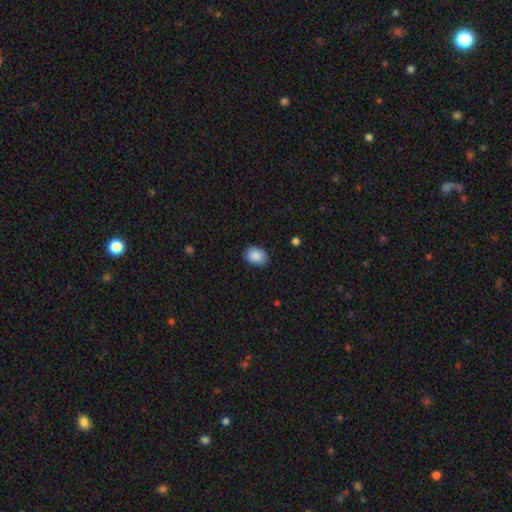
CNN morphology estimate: Smooth or featured: smooth — 89% (star or artifact — 7%)
How rounded: in between — 75% (round — 24%)
Merging: none — 85% (minor disturbance — 12%)